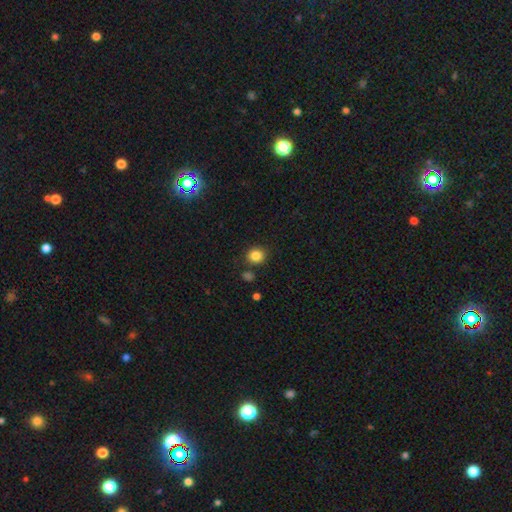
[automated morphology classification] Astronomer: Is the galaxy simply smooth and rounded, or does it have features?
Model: smooth — 84%.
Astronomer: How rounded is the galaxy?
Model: round — 83%.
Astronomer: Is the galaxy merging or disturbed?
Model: none — 84%.